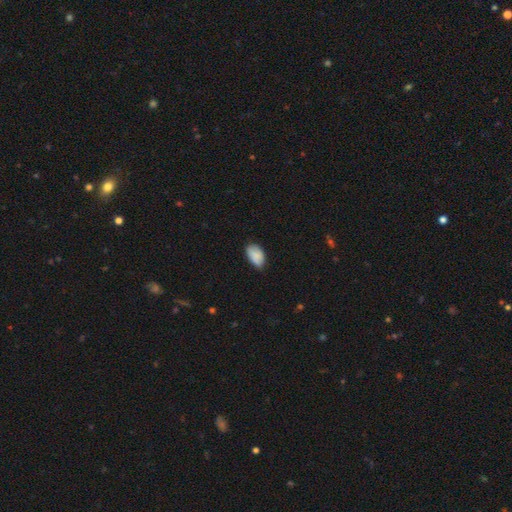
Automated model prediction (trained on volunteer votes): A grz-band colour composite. It shows a smooth galaxy with no disk features (86%) that is in between round and cigar-shaped (93%). Merging: none (72%).